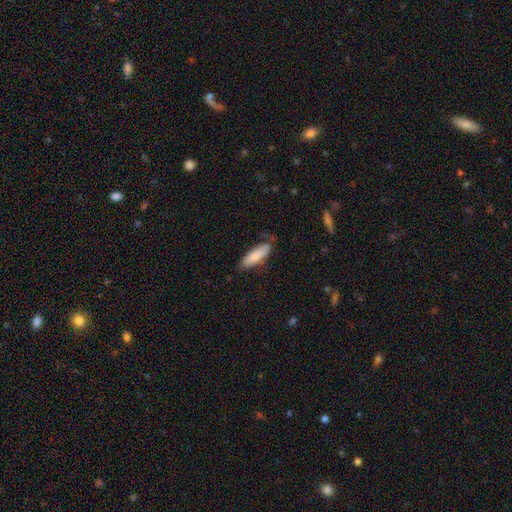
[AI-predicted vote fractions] Smooth or featured? Predicted: smooth (p=0.82). How rounded? Predicted: in between (p=0.55). Merging? Predicted: none (p=0.65).